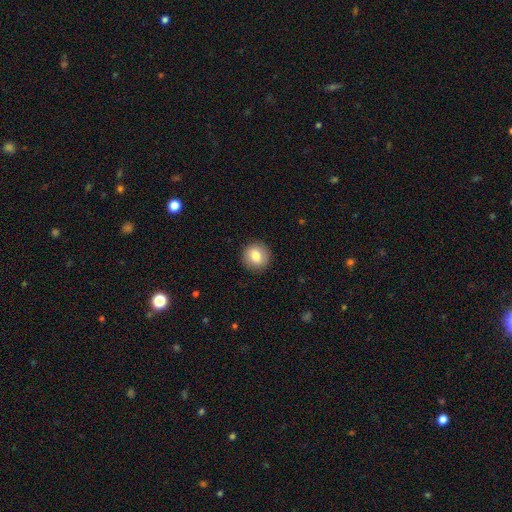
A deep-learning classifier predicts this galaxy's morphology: The model was most divided on "smooth or featured": smooth: 81%, featured or disk: 10%, star or artifact: 8%. More confident: how rounded — round (93%); merging — none (91%).